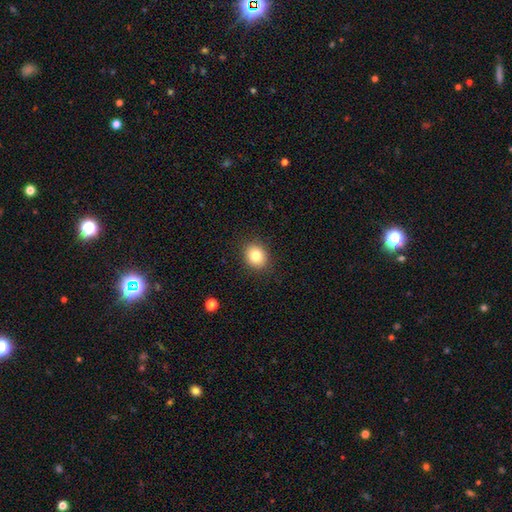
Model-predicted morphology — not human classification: smooth_or_featured: smooth (p=0.82) [alt: star or artifact p=0.10]
how_rounded: round (p=0.63) [alt: in between p=0.37]
merging: none (p=0.89) [alt: minor disturbance p=0.08]